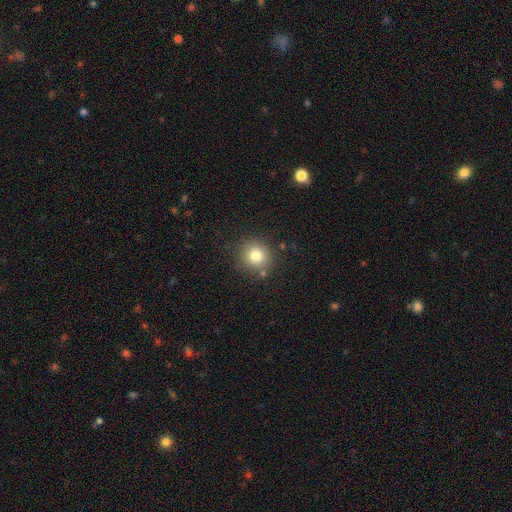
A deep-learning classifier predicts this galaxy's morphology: smooth-or-featured: smooth: 79% | star or artifact: 13% | featured or disk: 8%
  how-rounded: round: 93% | in between: 6% | cigar-shaped: 1%
  merging: none: 85% | minor disturbance: 8% | merger: 4% | major disturbance: 3%